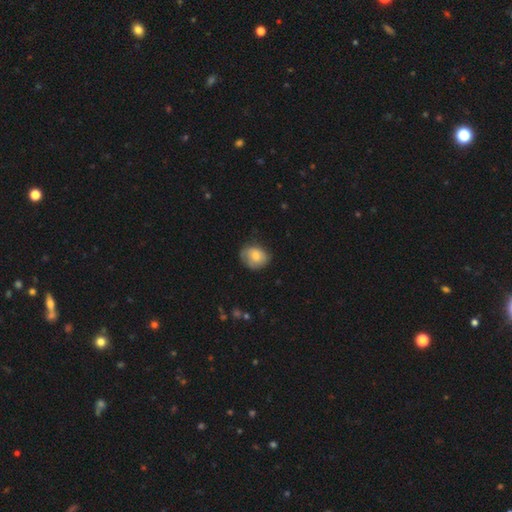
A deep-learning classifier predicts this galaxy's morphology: smooth 76%, featured or disk 16%, star or artifact 7%. Down the decision tree: how rounded — round (53%); merging — none (62%).